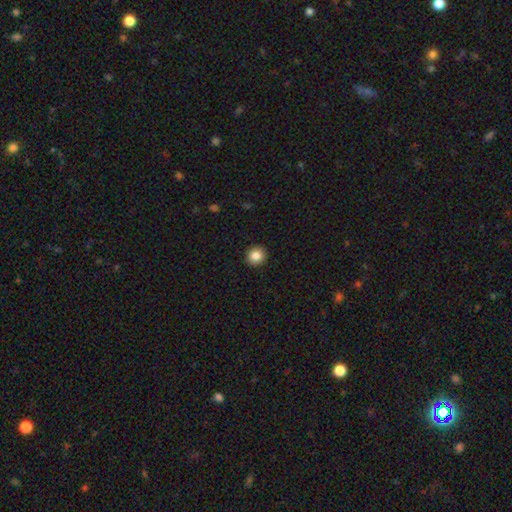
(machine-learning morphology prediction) Smooth or featured? Predicted: smooth (p=0.86). How rounded? Predicted: round (p=0.90). Merging? Predicted: none (p=0.93).